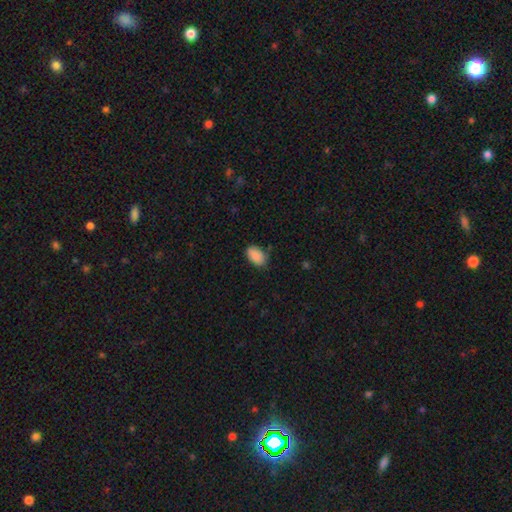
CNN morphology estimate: Overall: smooth (88%). How rounded: in between (91%). Merging: none (76%).